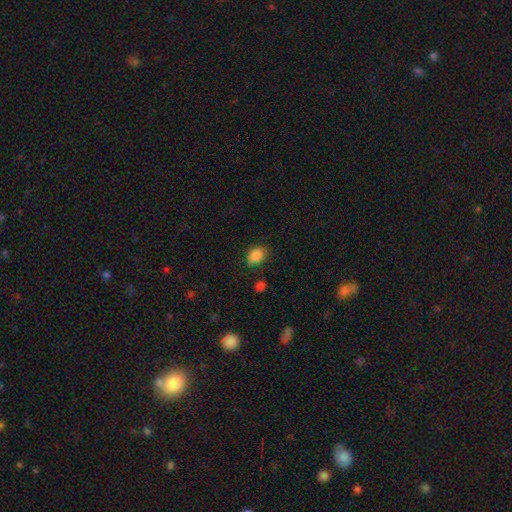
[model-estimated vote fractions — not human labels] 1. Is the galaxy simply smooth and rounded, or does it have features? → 87% smooth, 9% star or artifact, 4% featured or disk.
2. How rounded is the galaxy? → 70% in between, 29% round, 1% cigar-shaped.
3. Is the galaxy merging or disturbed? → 79% none, 14% minor disturbance, 4% major disturbance, 2% merger.